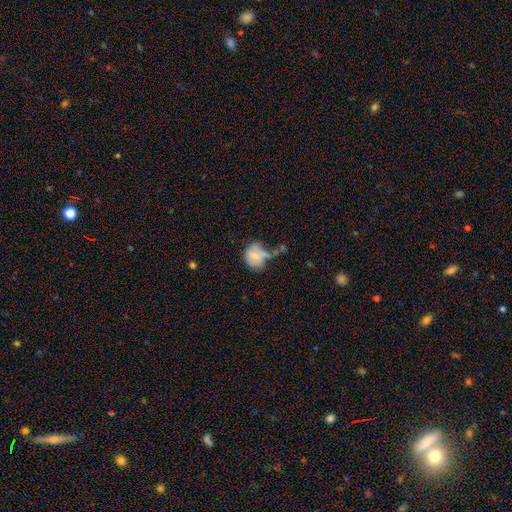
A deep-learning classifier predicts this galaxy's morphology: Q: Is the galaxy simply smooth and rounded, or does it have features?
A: smooth — 65%.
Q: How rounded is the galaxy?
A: round — 56%.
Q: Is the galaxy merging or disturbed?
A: none — 32%.